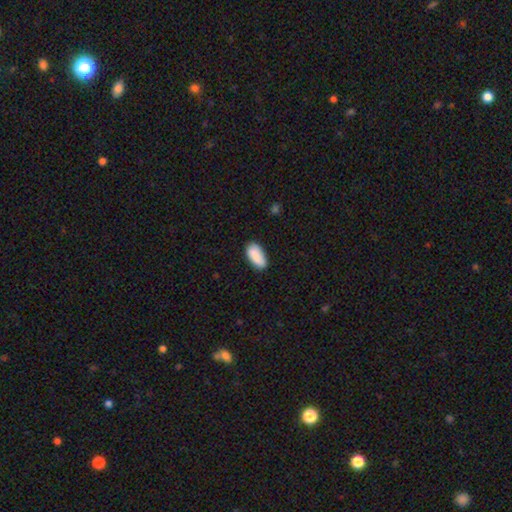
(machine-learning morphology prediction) A smooth galaxy with no disk features (89%) that is in between round and cigar-shaped (90%). Merging: none (81%).